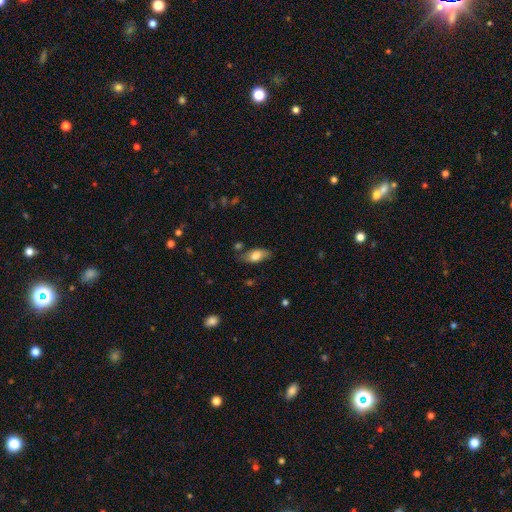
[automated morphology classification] This is likely a smooth galaxy (72%). How rounded: clearly in between (85%). Merging: likely none (69%).